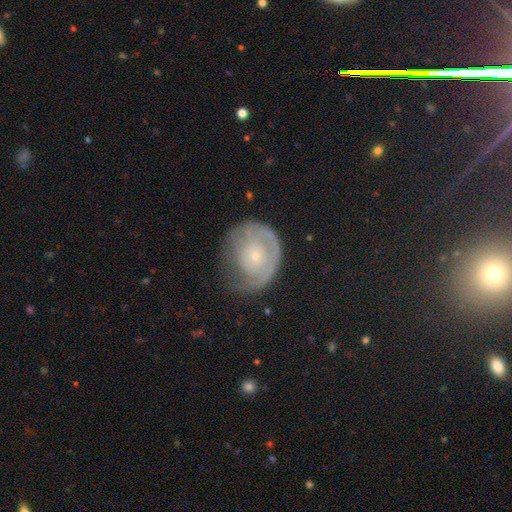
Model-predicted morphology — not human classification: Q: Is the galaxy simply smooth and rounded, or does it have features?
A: featured or disk — 58%.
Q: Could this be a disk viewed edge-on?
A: no — 96%.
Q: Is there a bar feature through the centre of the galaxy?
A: no — 86%.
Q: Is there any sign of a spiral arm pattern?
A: yes — 63%.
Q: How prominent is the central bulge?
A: small — 73%.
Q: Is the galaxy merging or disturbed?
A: none — 45%.